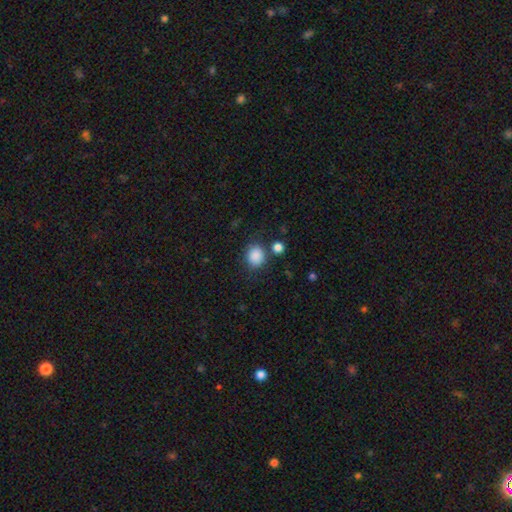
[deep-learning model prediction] This is clearly a smooth galaxy (87%). How rounded: likely round (72%). Merging: likely none (74%).